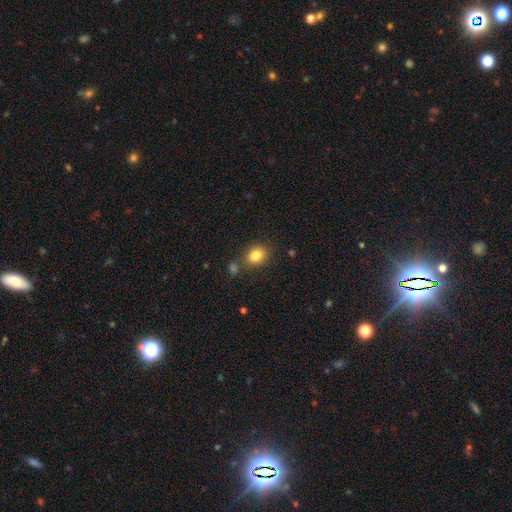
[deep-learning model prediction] smooth_or_featured: smooth (p=0.83) [alt: star or artifact p=0.10]
how_rounded: round (p=0.56) [alt: in between p=0.43]
merging: none (p=0.75) [alt: minor disturbance p=0.12]